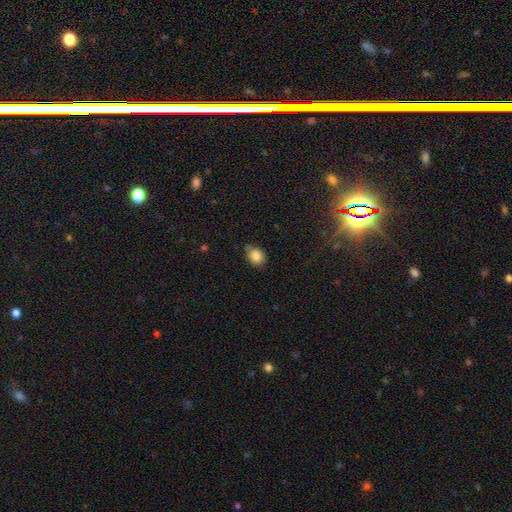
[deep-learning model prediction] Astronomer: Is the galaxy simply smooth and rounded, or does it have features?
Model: smooth — 85%.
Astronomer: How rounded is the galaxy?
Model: in between — 57% (runner-up: round, 42%).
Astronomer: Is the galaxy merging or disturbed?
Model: none — 67%.